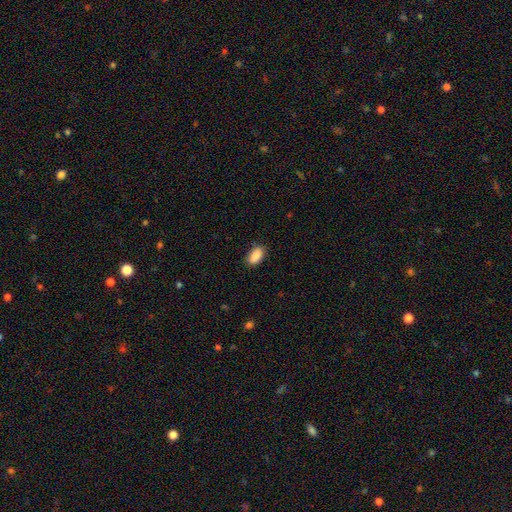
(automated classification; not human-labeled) Smooth or featured?
  - smooth: 88% *
  - star or artifact: 7%
  - featured or disk: 5%
How rounded?
  - in between: 91% *
  - cigar-shaped: 4%
  - round: 4%
Merging?
  - none: 82% *
  - minor disturbance: 14%
  - major disturbance: 3%
  - merger: 1%